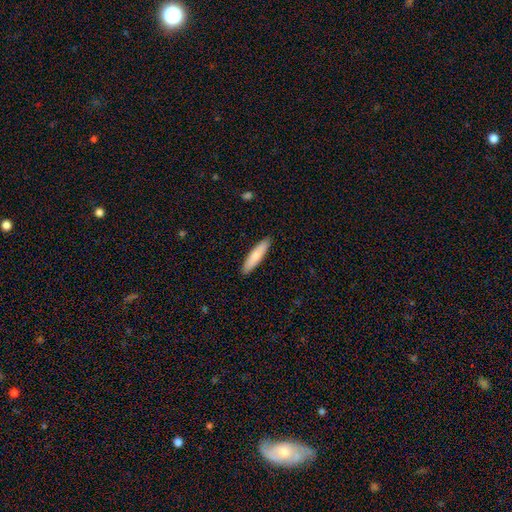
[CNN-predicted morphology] Smooth or featured?
  - smooth: 78% *
  - featured or disk: 17%
  - star or artifact: 5%
How rounded?
  - cigar-shaped: 82% *
  - in between: 16%
  - round: 1%
Merging?
  - none: 91% *
  - minor disturbance: 7%
  - major disturbance: 1%
  - merger: 1%